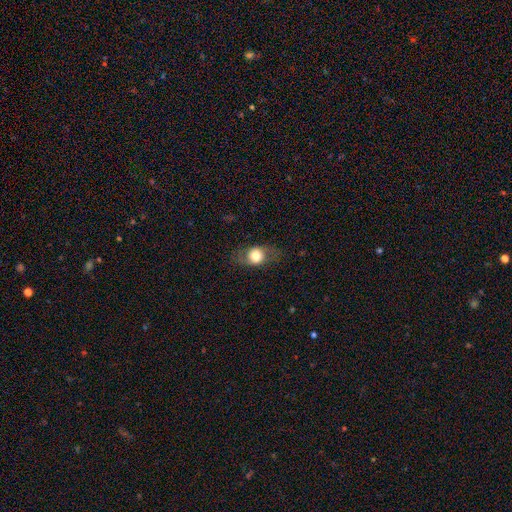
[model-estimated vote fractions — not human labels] Smooth or featured?
  - smooth: 63% *
  - featured or disk: 28%
  - star or artifact: 9%
How rounded?
  - round: 50% *
  - in between: 48%
  - cigar-shaped: 2%
Merging?
  - none: 74% *
  - minor disturbance: 16%
  - major disturbance: 9%
  - merger: 1%